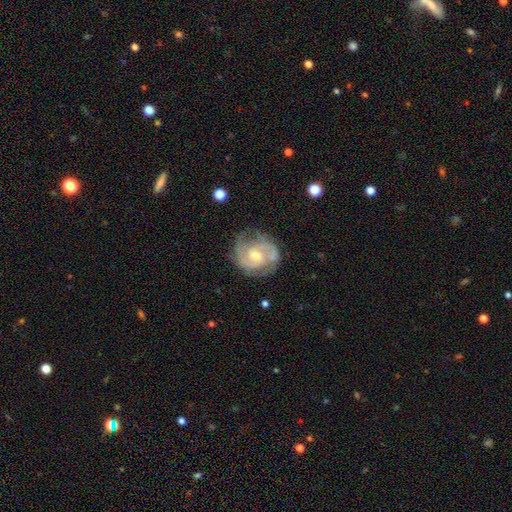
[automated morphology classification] smooth-or-featured: featured or disk: 84% | smooth: 10% | star or artifact: 6%
  disk-edge-on: no: 98% | yes: 2%
    bar: no: 56% | weak: 36% | strong: 8%
    has-spiral-arms: yes: 94% | no: 6%
      spiral-winding: tight: 49% | medium: 41% | loose: 11%
      spiral-arm-count: 2: 54% | can't tell: 19% | 3: 17% | 4: 4% | 1: 4% | more than 4: 3%
    bulge-size: moderate: 51% | small: 45% | large: 2% | none: 1% | dominant: 1%
  merging: none: 69% | minor disturbance: 21% | major disturbance: 9% | merger: 2%